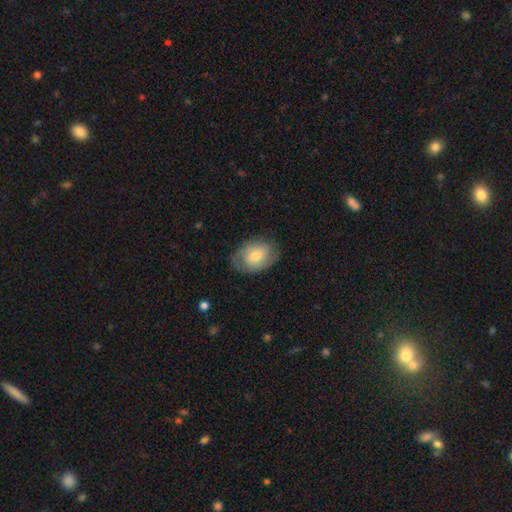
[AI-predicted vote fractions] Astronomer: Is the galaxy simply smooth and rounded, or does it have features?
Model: smooth — 59%.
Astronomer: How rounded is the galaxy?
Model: in between — 77%.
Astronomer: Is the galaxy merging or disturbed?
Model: none — 73%.